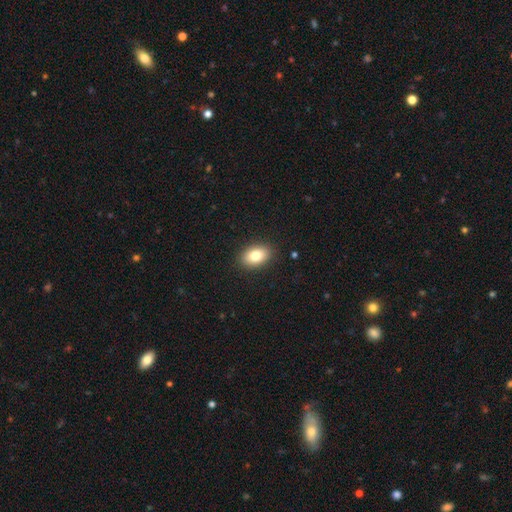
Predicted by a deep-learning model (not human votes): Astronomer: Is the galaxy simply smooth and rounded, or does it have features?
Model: smooth — 81%.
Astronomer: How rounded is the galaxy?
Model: in between — 87%.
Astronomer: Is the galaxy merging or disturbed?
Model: none — 89%.